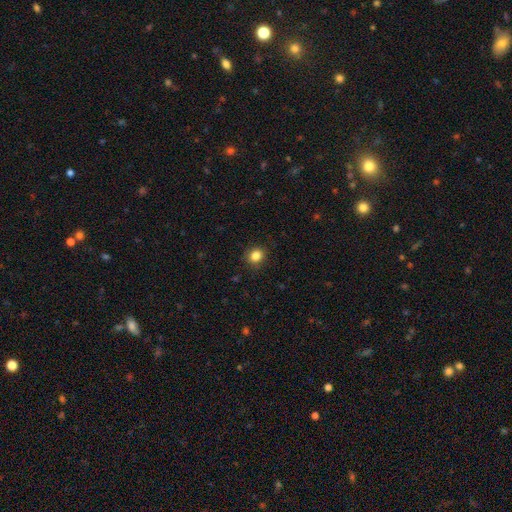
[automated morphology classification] Overall: smooth (84%). How rounded: round (79%). Merging: none (88%).